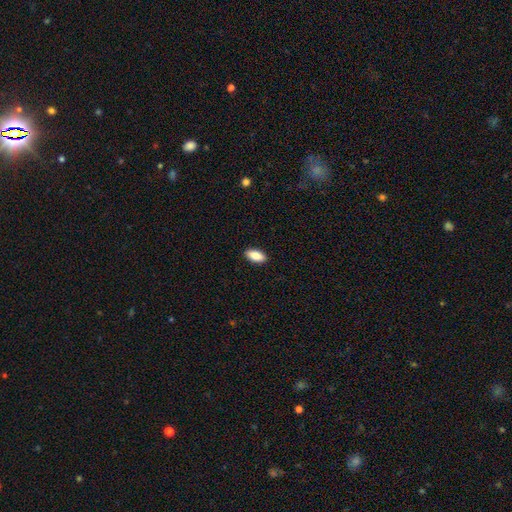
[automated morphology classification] smooth_or_featured: smooth (p=0.86) [alt: featured or disk p=0.07]
how_rounded: in between (p=0.89) [alt: cigar-shaped p=0.09]
merging: none (p=0.91) [alt: minor disturbance p=0.07]